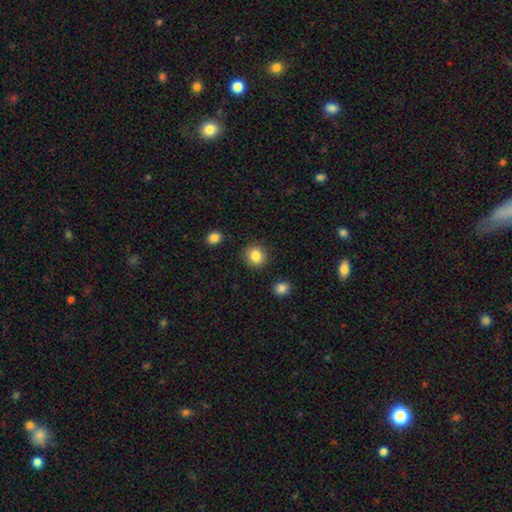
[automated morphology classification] smooth-or-featured: smooth: 84% | star or artifact: 10% | featured or disk: 6%
  how-rounded: round: 84% | in between: 15% | cigar-shaped: 1%
  merging: none: 89% | minor disturbance: 7% | major disturbance: 2% | merger: 2%